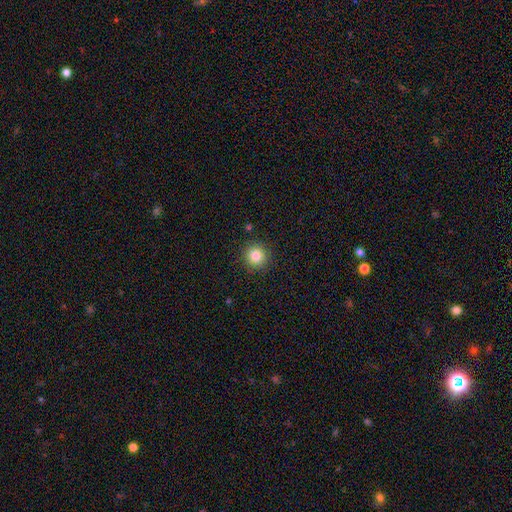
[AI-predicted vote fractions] This appears to be a smooth galaxy with no disk features (85%) that is round (94%). Merging: none (91%).